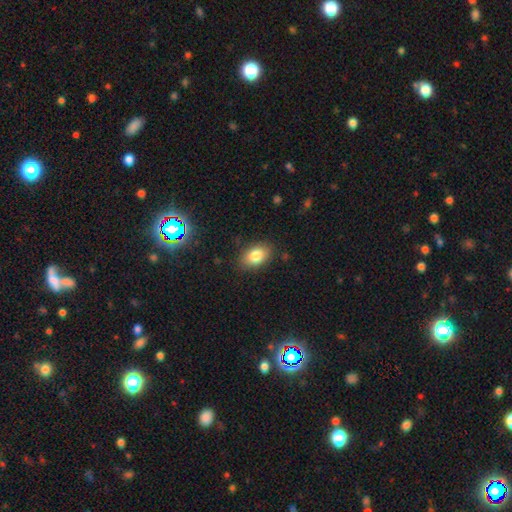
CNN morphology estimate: smooth 82%, star or artifact 9%, featured or disk 9%. Down the decision tree: how rounded — in between (88%); merging — none (84%).